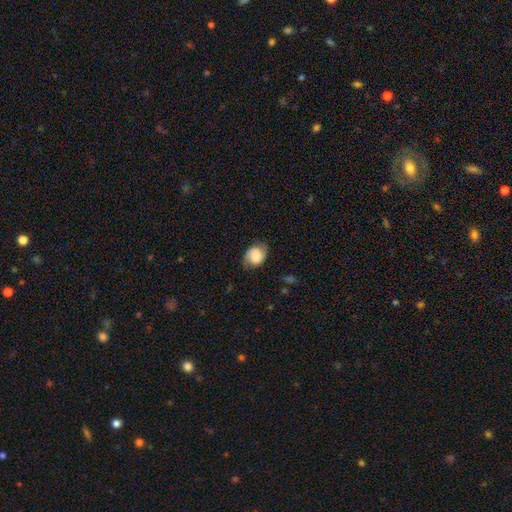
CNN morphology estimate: Smooth or featured? Predicted: smooth (p=0.53). How rounded? Predicted: round (p=0.50). Merging? Predicted: none (p=0.69).